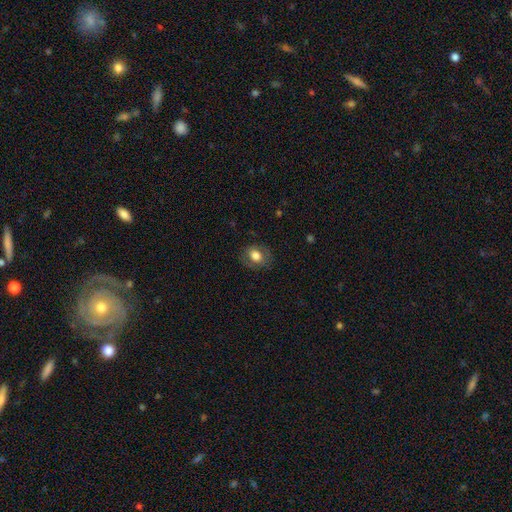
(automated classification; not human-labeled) Overall: smooth (72%). How rounded: in between (51%; round 48%). Merging: none (81%).